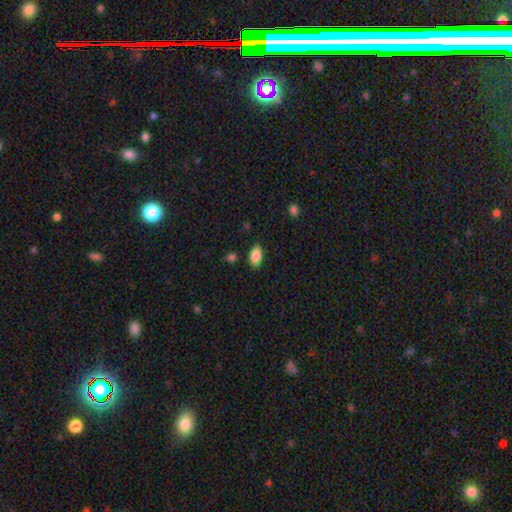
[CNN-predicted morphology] The model was most divided on "merging": none: 85%, minor disturbance: 10%, major disturbance: 2%, merger: 2%. More confident: how rounded — in between (92%); smooth or featured — smooth (87%).